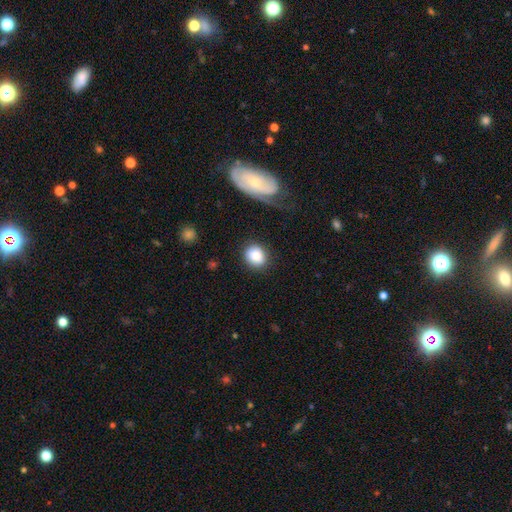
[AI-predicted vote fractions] Smooth or featured? smooth (85%)
How rounded? round (70%)
Merging? none (79%)